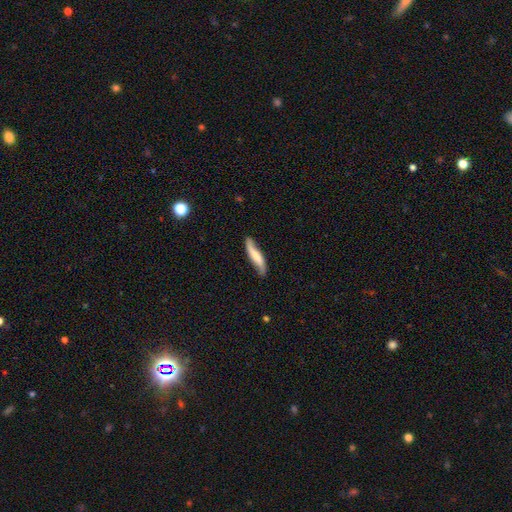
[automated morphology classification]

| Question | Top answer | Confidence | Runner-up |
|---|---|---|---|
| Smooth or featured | featured or disk | 52% | smooth (42%) |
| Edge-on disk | no | 60% | yes (40%) |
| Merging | none | 72% | minor disturbance (21%) |